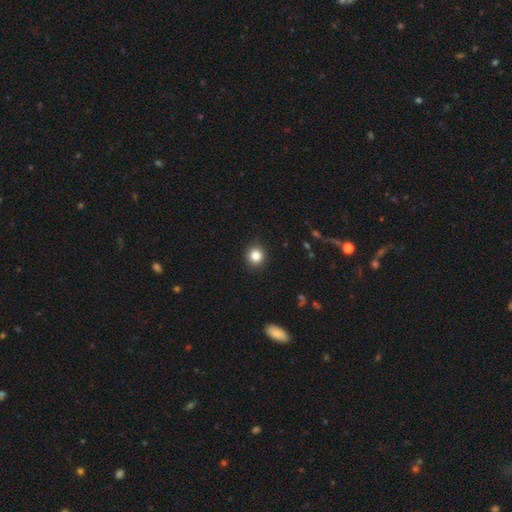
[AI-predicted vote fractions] Smooth or featured?
  - smooth: 84% *
  - star or artifact: 11%
  - featured or disk: 5%
How rounded?
  - round: 87% *
  - in between: 12%
  - cigar-shaped: 1%
Merging?
  - none: 89% *
  - minor disturbance: 8%
  - major disturbance: 2%
  - merger: 1%